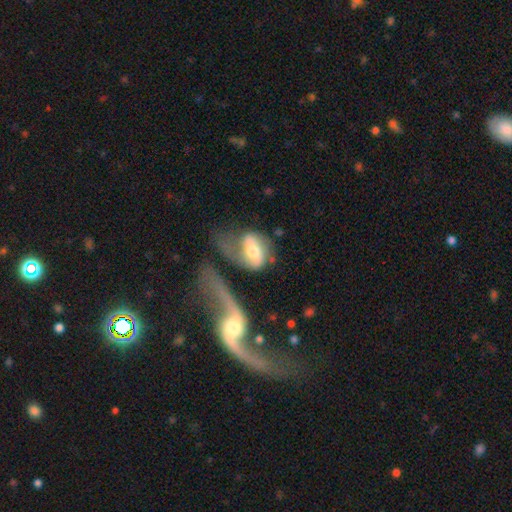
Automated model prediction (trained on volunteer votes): Q: Smooth or featured?
A: featured or disk (52%); runner-up: smooth (40%)
Q: Edge-on disk?
A: no (92%); runner-up: yes (8%)
Q: Merging?
A: major disturbance (36%); runner-up: merger (27%)